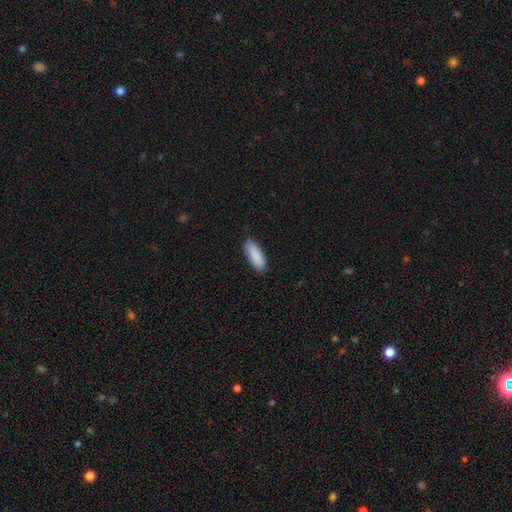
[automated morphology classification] smooth_or_featured: smooth (p=0.90) [alt: star or artifact p=0.06]
how_rounded: in between (p=0.64) [alt: cigar-shaped p=0.35]
merging: none (p=0.86) [alt: minor disturbance p=0.11]